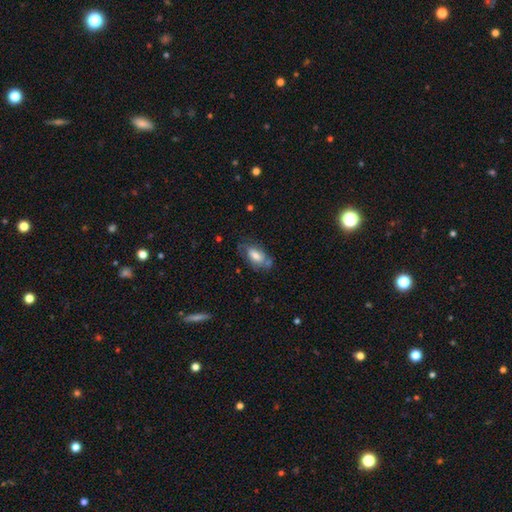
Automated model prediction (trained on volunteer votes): smooth_or_featured: smooth (p=0.56) [alt: featured or disk p=0.36]
how_rounded: in between (p=0.87) [alt: cigar-shaped p=0.08]
merging: none (p=0.57) [alt: minor disturbance p=0.27]